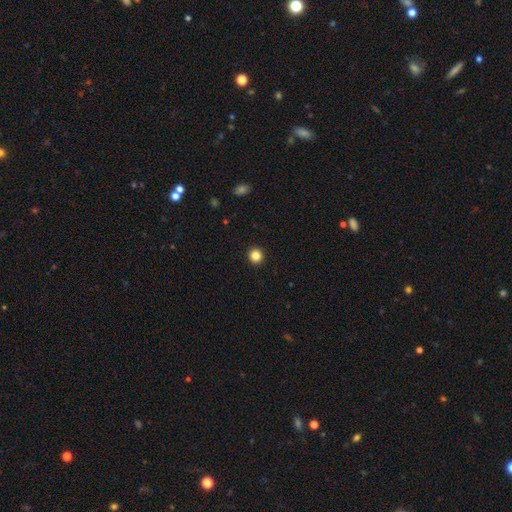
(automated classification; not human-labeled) A smooth galaxy with no disk features (85%) that is round (94%). Merging: none (94%).